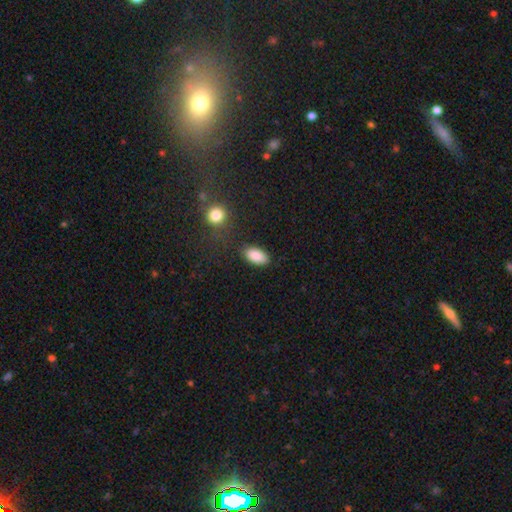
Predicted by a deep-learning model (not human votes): This is clearly a smooth galaxy (88%). How rounded: clearly in between (93%). Merging: clearly none (83%).